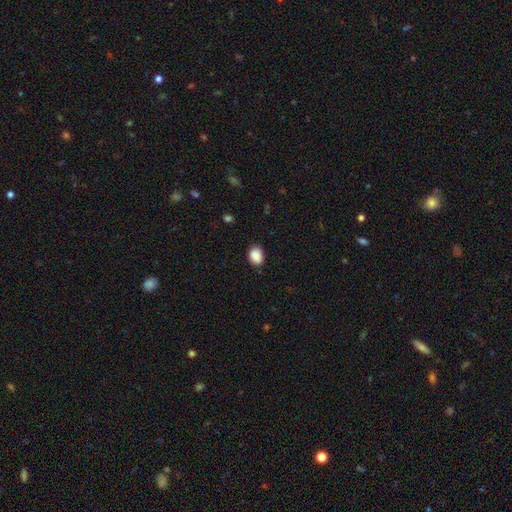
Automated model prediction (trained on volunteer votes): Smooth or featured: smooth — 89% (star or artifact — 8%)
How rounded: in between — 65% (round — 34%)
Merging: none — 81% (minor disturbance — 15%)